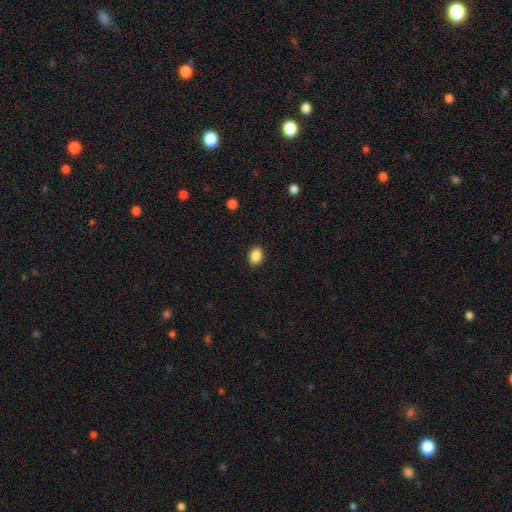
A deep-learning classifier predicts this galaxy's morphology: Q: Smooth or featured?
A: smooth (88%); runner-up: star or artifact (9%)
Q: How rounded?
A: in between (70%); runner-up: round (29%)
Q: Merging?
A: none (88%); runner-up: minor disturbance (9%)